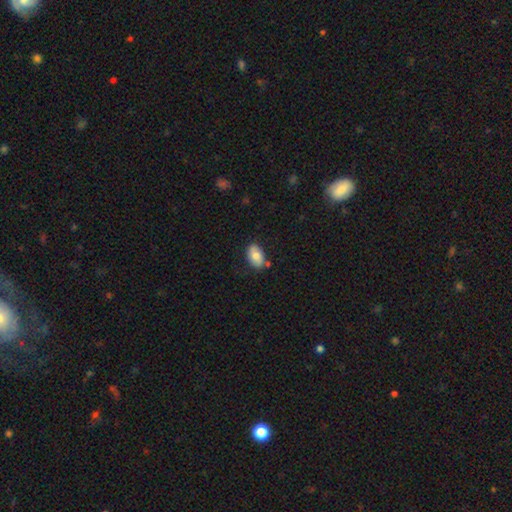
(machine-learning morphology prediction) smooth 77%, featured or disk 16%, star or artifact 7%. Down the decision tree: how rounded — in between (91%); merging — none (77%).